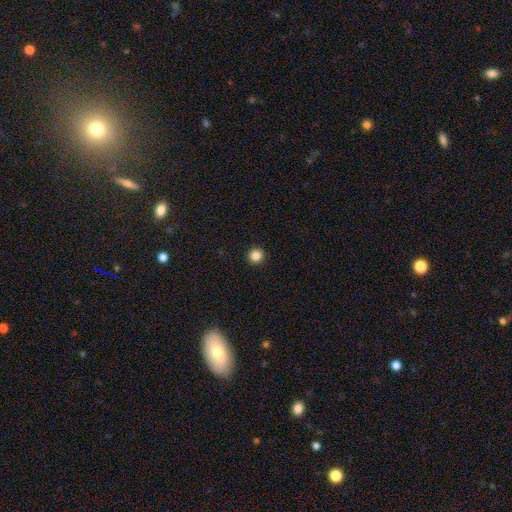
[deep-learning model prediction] smooth 85%, star or artifact 11%, featured or disk 4%. Down the decision tree: how rounded — round (95%); merging — none (94%).